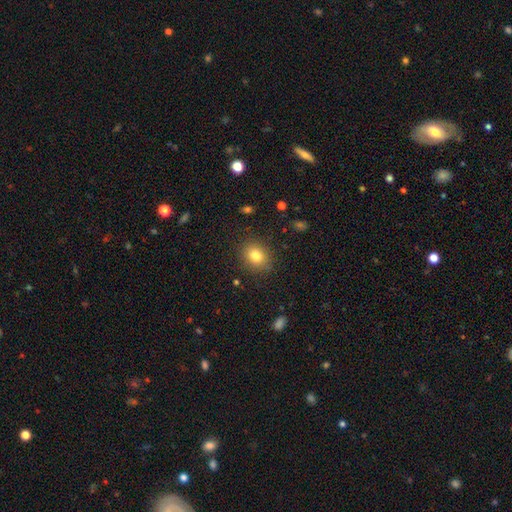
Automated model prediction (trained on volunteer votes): Smooth or featured? smooth (81%)
How rounded? round (60%)
Merging? none (87%)